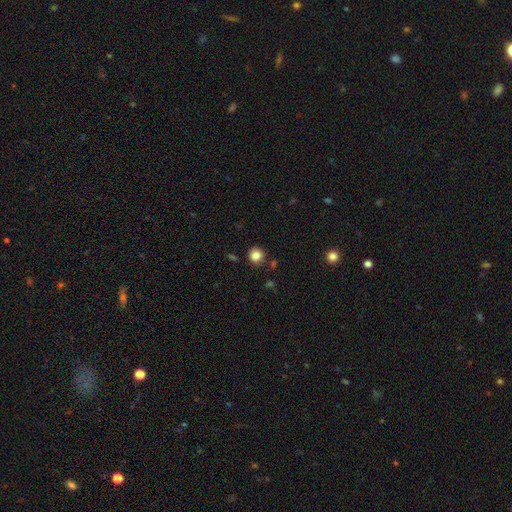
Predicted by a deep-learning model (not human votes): Smooth or featured? Predicted: smooth (p=0.84). How rounded? Predicted: round (p=0.91). Merging? Predicted: none (p=0.87).